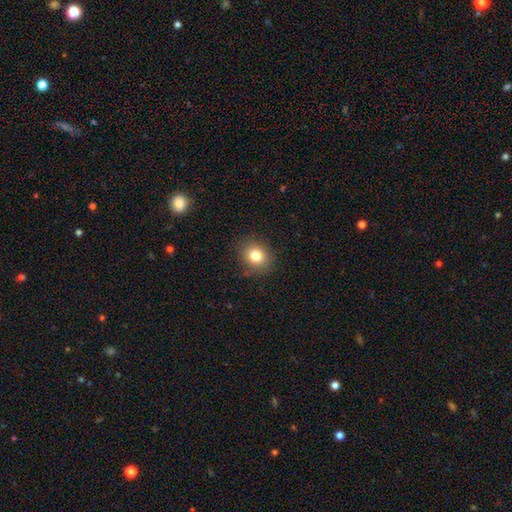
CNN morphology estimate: smooth 81%, star or artifact 11%, featured or disk 8%. Down the decision tree: how rounded — round (74%); merging — none (85%).